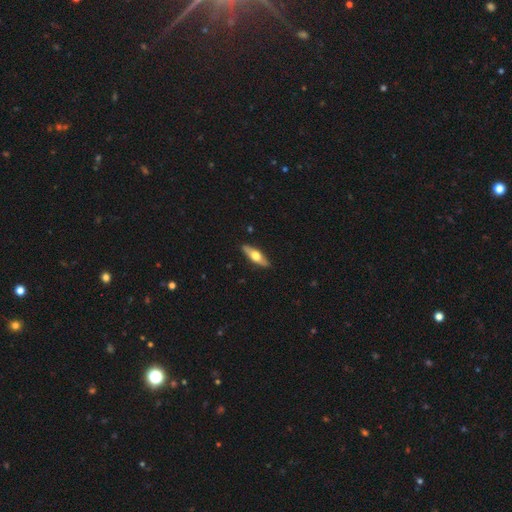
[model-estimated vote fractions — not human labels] Morphology: type=featured or disk (50%); merging=none (89%).